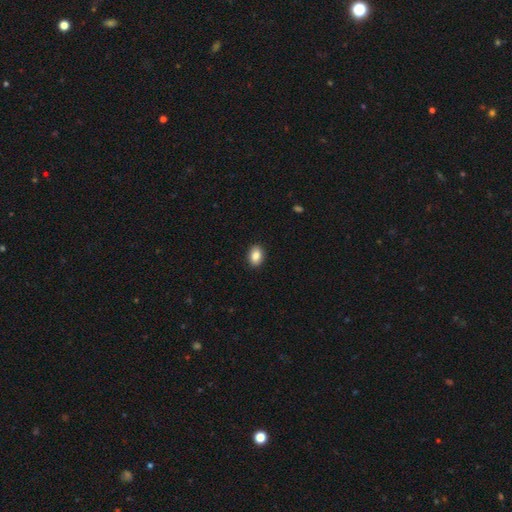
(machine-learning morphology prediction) Overall: smooth (87%). How rounded: in between (81%). Merging: none (91%).